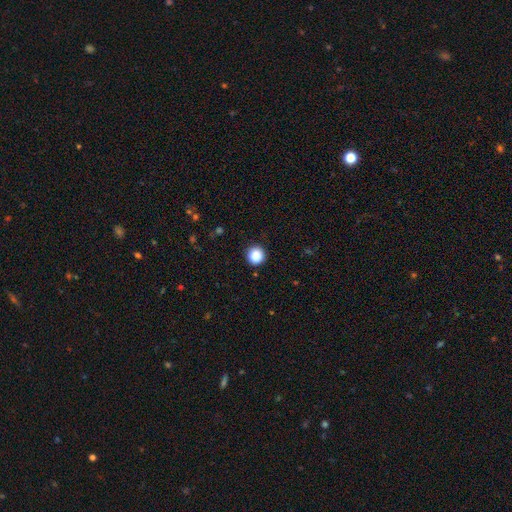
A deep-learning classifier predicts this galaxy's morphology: smooth 88%, star or artifact 10%, featured or disk 2%. Down the decision tree: how rounded — round (95%); merging — none (91%).